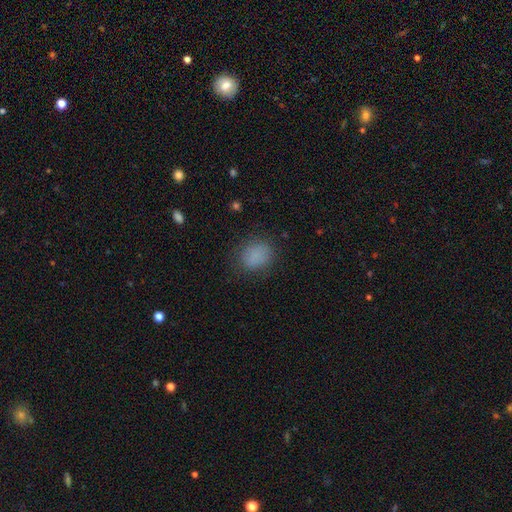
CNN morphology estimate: Smooth or featured: smooth — 84% (star or artifact — 11%)
How rounded: round — 59% (in between — 40%)
Merging: none — 80% (minor disturbance — 14%)